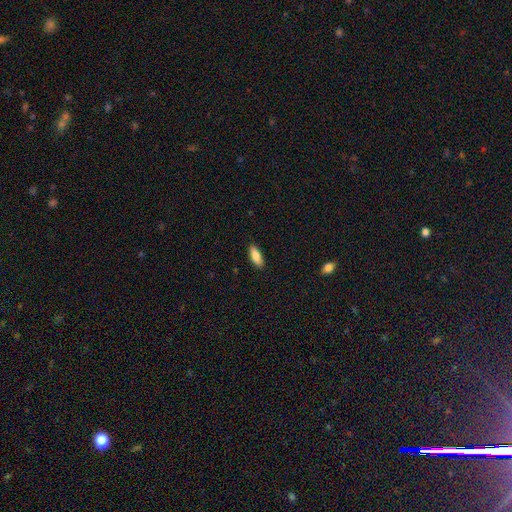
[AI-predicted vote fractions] This is clearly a smooth galaxy (85%). How rounded: likely in between (72%). Merging: clearly none (88%).